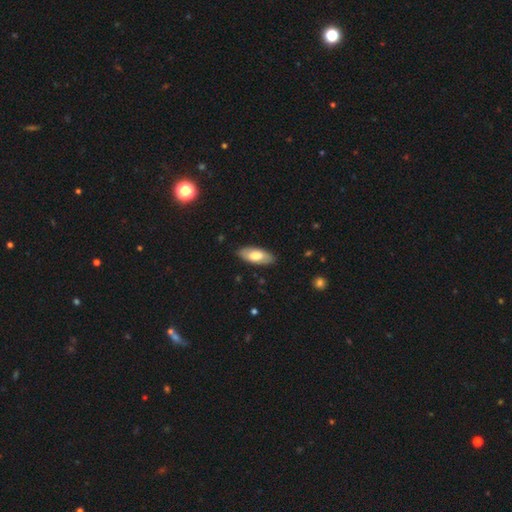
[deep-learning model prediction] A smooth galaxy with no disk features (72%) that is in between round and cigar-shaped (86%). Merging: none (88%).